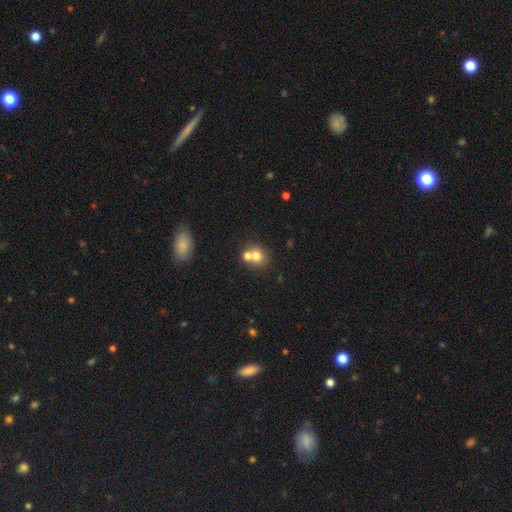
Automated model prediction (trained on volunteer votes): This appears to be a smooth galaxy with no disk features (72%) that is round (76%). Merging: merger (47%).